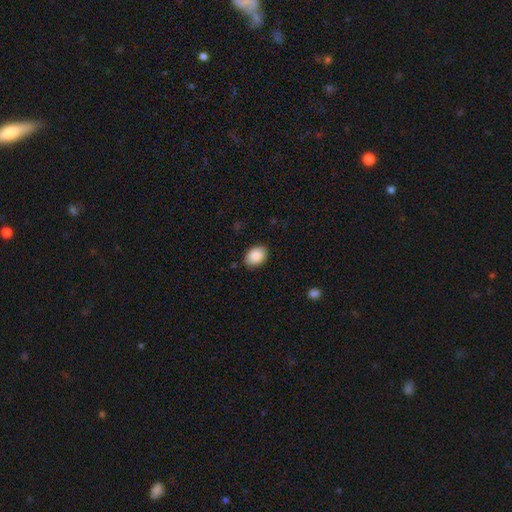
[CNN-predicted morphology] A smooth galaxy with no disk features (89%) that is in between round and cigar-shaped (74%).

Vote fractions:
- Smooth or featured? smooth: 89% / star or artifact: 7% / featured or disk: 4%
- How rounded? in between: 74% / round: 25% / cigar-shaped: 1%
- Merging? none: 85% / minor disturbance: 12% / major disturbance: 2% / merger: 1%